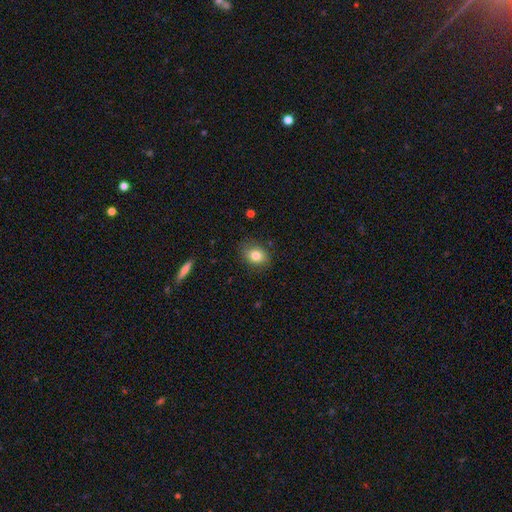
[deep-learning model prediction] A smooth galaxy with no disk features (82%) that is in between round and cigar-shaped (52%). Merging: none (82%).